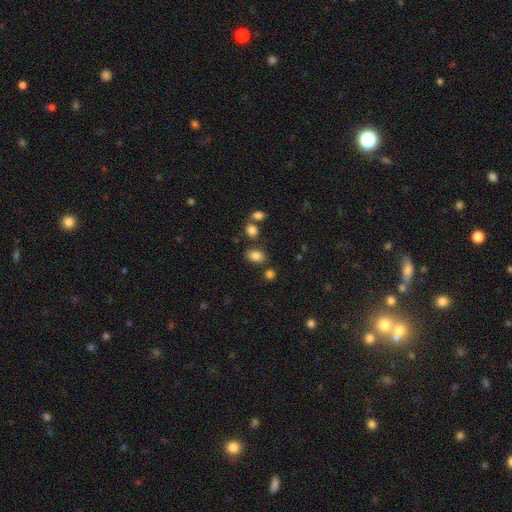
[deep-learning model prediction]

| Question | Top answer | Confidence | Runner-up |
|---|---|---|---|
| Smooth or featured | smooth | 83% | star or artifact (10%) |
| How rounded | in between | 81% | round (17%) |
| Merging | none | 75% | minor disturbance (12%) |